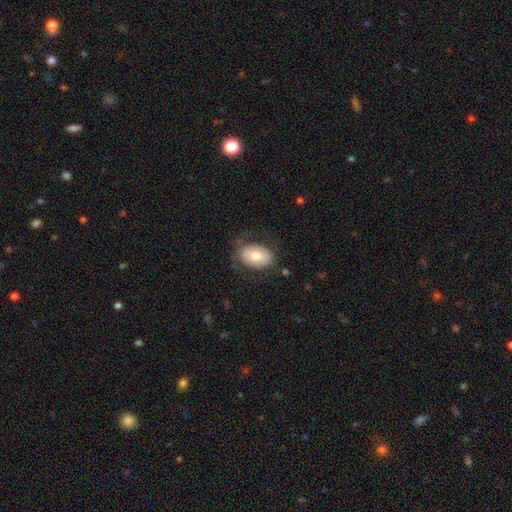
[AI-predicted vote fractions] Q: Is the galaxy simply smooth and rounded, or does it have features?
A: smooth — 69%.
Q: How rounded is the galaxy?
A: in between — 75%.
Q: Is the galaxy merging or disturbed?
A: none — 73%.